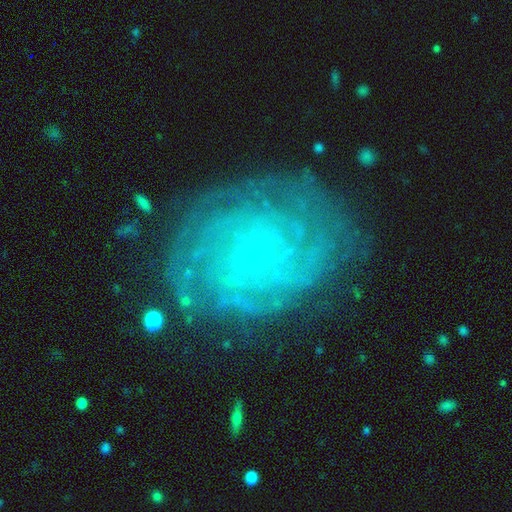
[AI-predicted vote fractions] Smooth or featured: featured or disk — 82% (smooth — 10%)
Edge-on disk: no — 97% (yes — 3%)
Bar: no — 74% (weak — 21%)
Spiral arms: yes — 95% (no — 5%)
Spiral winding: tight — 80% (medium — 16%)
Spiral arm count: can't tell — 34% (more than 4 — 19%)
Bulge size: small — 88% (none — 5%)
Merging: none — 78% (minor disturbance — 15%)